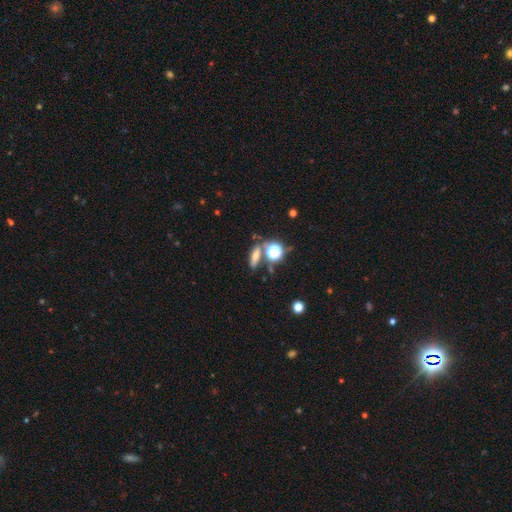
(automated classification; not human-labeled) Overall: smooth (55%; featured or disk 23%). How rounded: cigar-shaped (45%; in between 37%). Merging: none (68%).